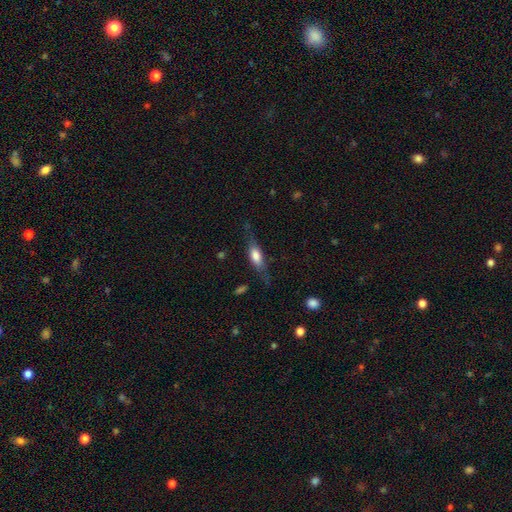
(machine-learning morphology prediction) A smooth galaxy with no disk features (56%) that is in between round and cigar-shaped (54%).

Vote fractions:
- Smooth or featured? smooth: 56% / featured or disk: 37% / star or artifact: 7%
- How rounded? in between: 54% / cigar-shaped: 43% / round: 3%
- Merging? none: 66% / minor disturbance: 22% / major disturbance: 10% / merger: 2%